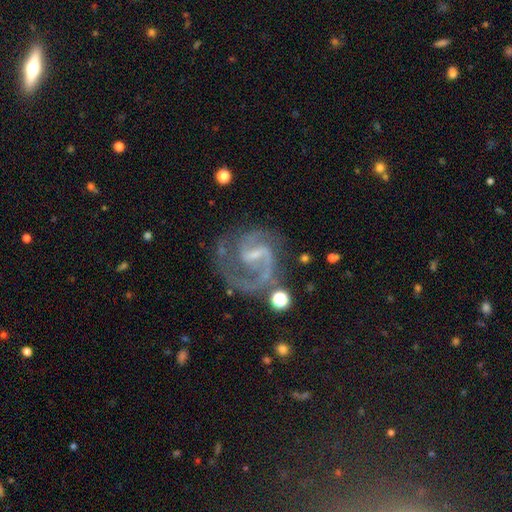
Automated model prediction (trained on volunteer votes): A featured or disk galaxy (89%) with a weak bar (55%), 2 (74%) medium (56%) spiral arms (97%) and a small central bulge (51%). Merging: none (63%).